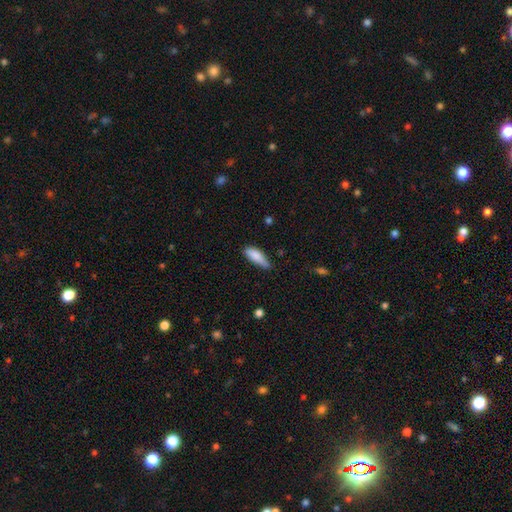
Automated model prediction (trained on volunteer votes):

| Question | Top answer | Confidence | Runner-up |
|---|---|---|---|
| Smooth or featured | smooth | 83% | featured or disk (11%) |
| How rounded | in between | 59% | cigar-shaped (39%) |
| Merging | none | 53% | minor disturbance (38%) |